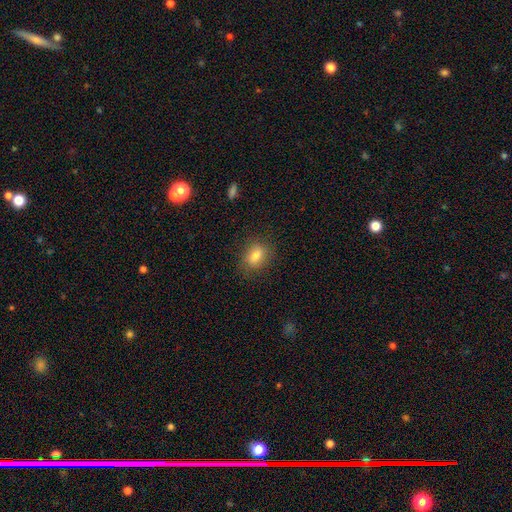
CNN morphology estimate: This appears to be a smooth galaxy with no disk features (76%) that is in between round and cigar-shaped (62%). Merging: none (81%).